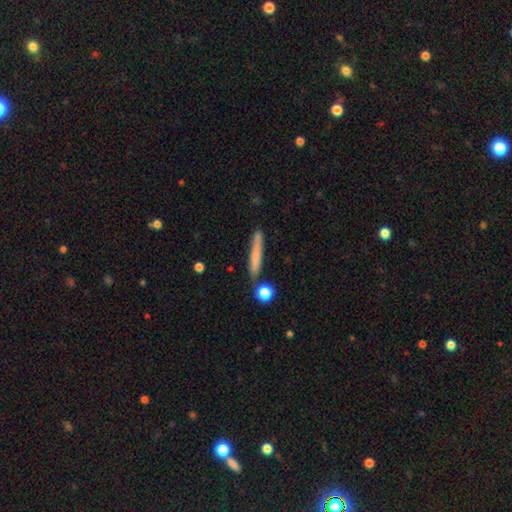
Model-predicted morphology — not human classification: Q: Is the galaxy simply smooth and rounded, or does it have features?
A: smooth — 69%.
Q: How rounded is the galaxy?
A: cigar-shaped — 94%.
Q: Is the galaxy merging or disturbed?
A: none — 81%.